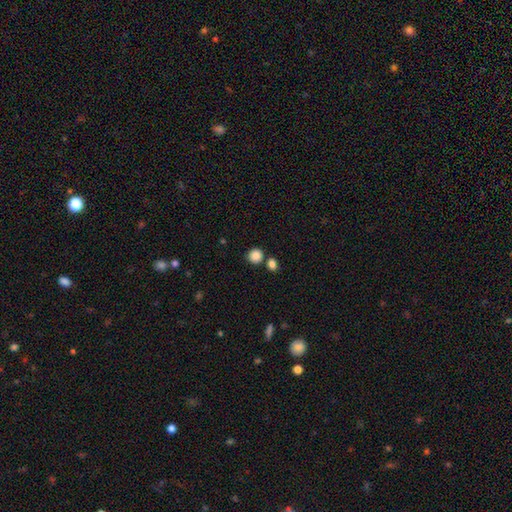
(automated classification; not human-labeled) Smooth or featured? smooth (87%)
How rounded? round (89%)
Merging? none (72%)